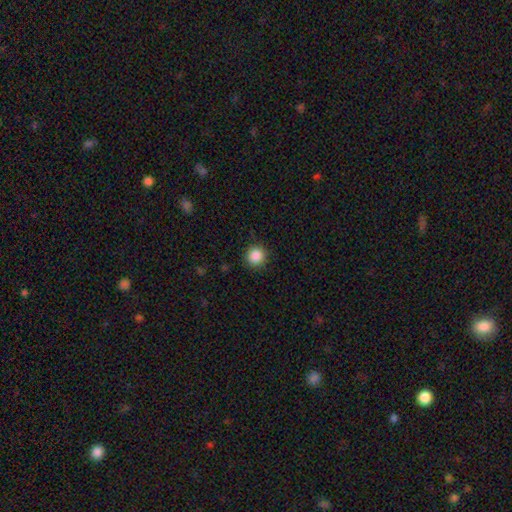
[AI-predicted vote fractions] Smooth or featured? Predicted: smooth (p=0.87). How rounded? Predicted: round (p=0.94). Merging? Predicted: none (p=0.91).